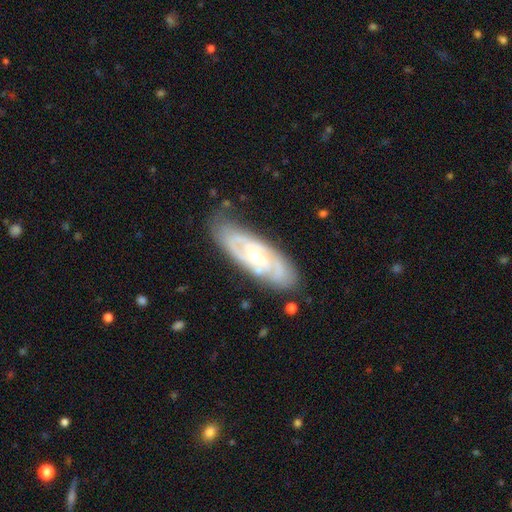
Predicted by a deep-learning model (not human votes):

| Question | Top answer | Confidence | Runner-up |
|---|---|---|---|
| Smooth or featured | featured or disk | 85% | smooth (10%) |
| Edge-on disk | no | 89% | yes (11%) |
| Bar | no | 51% | weak (36%) |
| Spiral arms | yes | 94% | no (6%) |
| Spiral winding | tight | 63% | medium (31%) |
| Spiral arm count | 2 | 49% | can't tell (25%) |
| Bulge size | small | 48% | tied: moderate (48%) |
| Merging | none | 78% | minor disturbance (16%) |